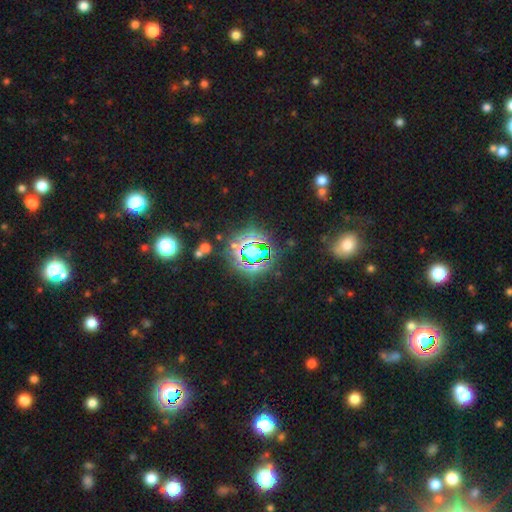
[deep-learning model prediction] Overall: star or artifact (71%).